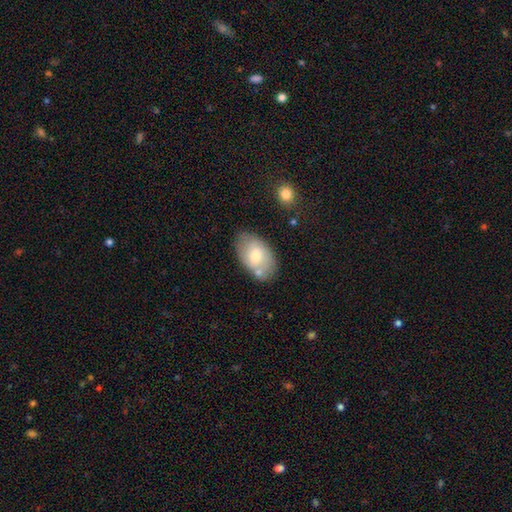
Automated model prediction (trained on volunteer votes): A smooth galaxy with no disk features (68%) that is in between round and cigar-shaped (92%). Merging: none (66%).